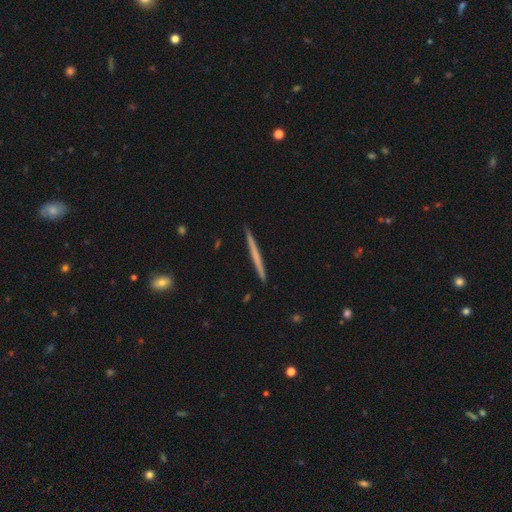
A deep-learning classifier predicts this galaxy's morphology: Smooth or featured?
  - smooth: 48% *
  - featured or disk: 47%
  - star or artifact: 5%
Merging?
  - none: 92% *
  - minor disturbance: 6%
  - major disturbance: 1%
  - merger: 1%